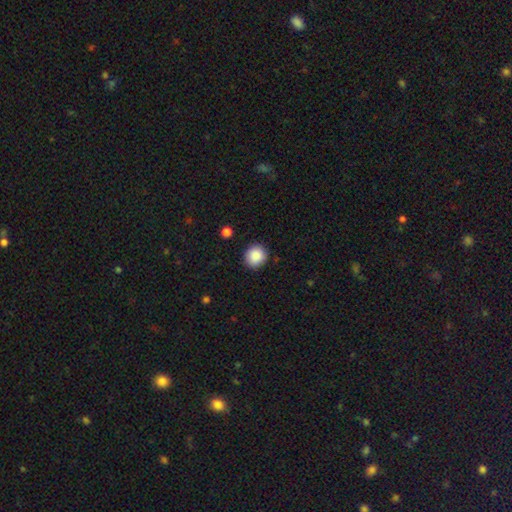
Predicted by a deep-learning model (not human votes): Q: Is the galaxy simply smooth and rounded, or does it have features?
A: smooth — 89%.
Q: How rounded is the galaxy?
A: round — 87%.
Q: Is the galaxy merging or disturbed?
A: none — 89%.